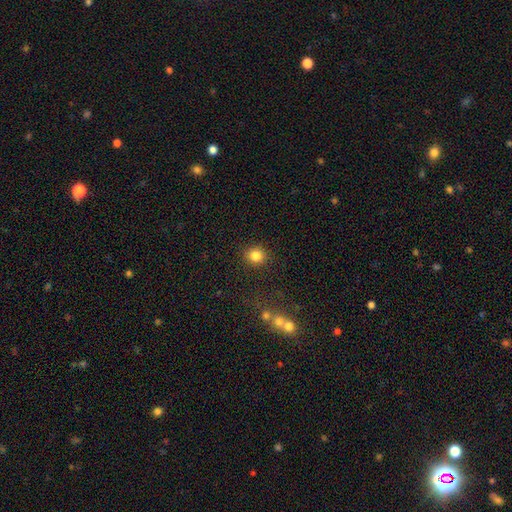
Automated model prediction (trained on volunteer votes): Smooth or featured? smooth (83%)
How rounded? round (88%)
Merging? none (88%)